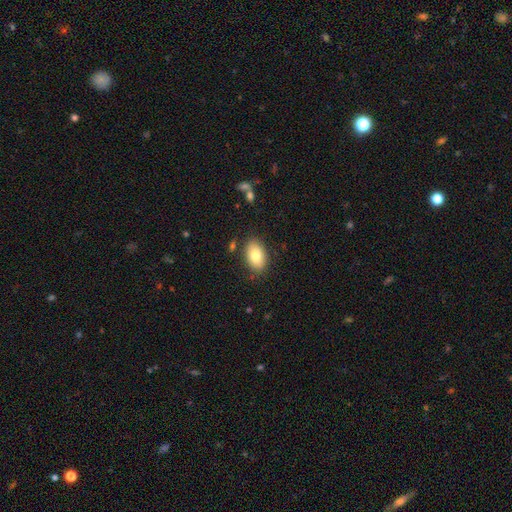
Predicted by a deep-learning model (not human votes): A smooth galaxy with no disk features (81%) that is in between round and cigar-shaped (90%). Merging: none (84%).